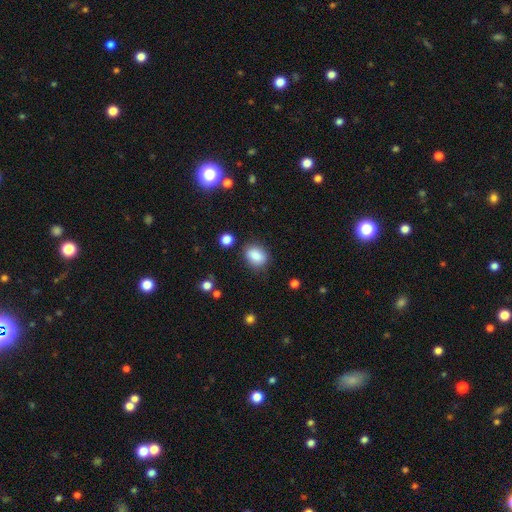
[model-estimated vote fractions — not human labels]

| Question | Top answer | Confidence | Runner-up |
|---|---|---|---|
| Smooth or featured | smooth | 86% | star or artifact (9%) |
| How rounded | in between | 61% | round (37%) |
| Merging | none | 79% | minor disturbance (14%) |